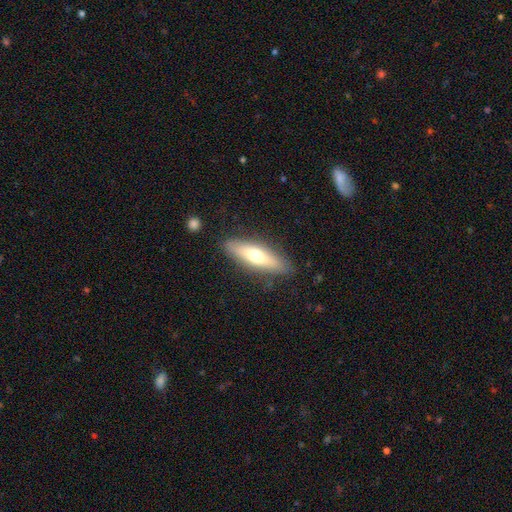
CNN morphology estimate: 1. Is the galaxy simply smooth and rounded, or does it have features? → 57% smooth, 37% featured or disk, 6% star or artifact.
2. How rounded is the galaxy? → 62% cigar-shaped, 36% in between, 2% round.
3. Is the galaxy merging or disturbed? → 85% none, 11% minor disturbance, 3% major disturbance, 2% merger.